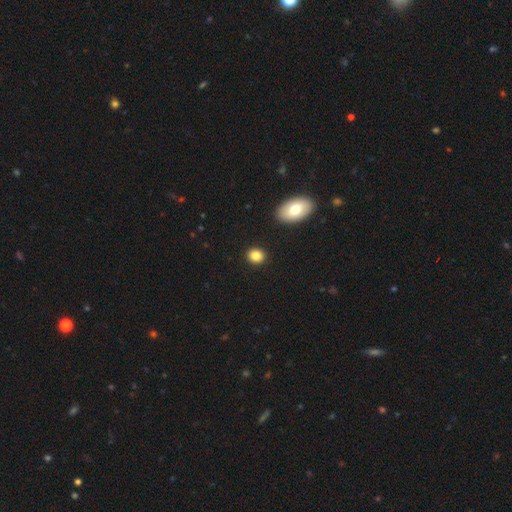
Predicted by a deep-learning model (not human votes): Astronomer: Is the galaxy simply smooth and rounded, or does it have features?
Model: smooth — 84%.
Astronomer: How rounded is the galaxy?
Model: round — 60% (runner-up: in between, 39%).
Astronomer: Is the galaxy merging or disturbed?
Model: none — 90%.